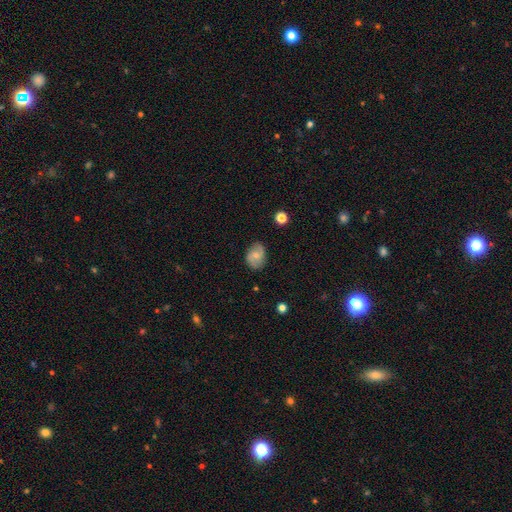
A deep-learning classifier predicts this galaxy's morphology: smooth 49%, featured or disk 43%, star or artifact 8%. Down the decision tree: merging — none (79%).